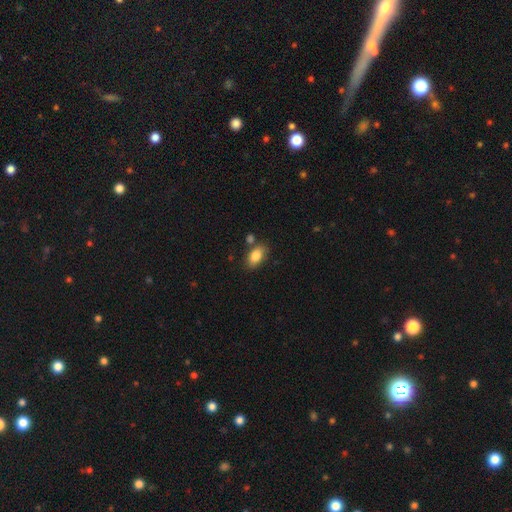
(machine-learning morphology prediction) The model was most divided on "merging": none: 75%, minor disturbance: 13%, merger: 9%, major disturbance: 3%. More confident: how rounded — in between (90%); smooth or featured — smooth (84%).